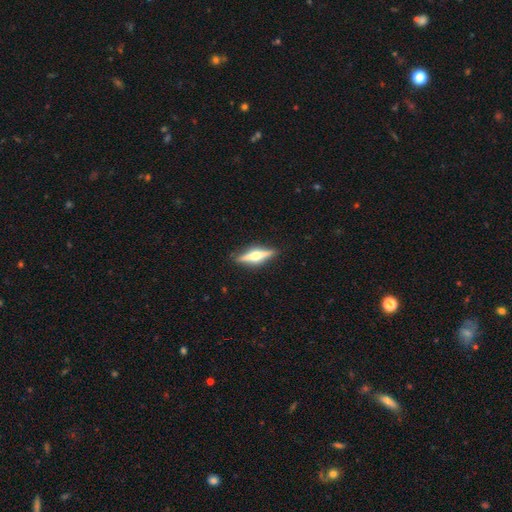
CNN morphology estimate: A featured or disk galaxy (72%) viewed edge-on (97%) with a rounded central bulge (94%).

Vote fractions:
- Smooth or featured? featured or disk: 72% / smooth: 22% / star or artifact: 5%
- Edge-on disk? yes: 97% / no: 3%
- Edge-on bulge? rounded: 94% / boxy: 4% / none: 2%
- Merging? none: 90% / minor disturbance: 8% / major disturbance: 2% / merger: 1%